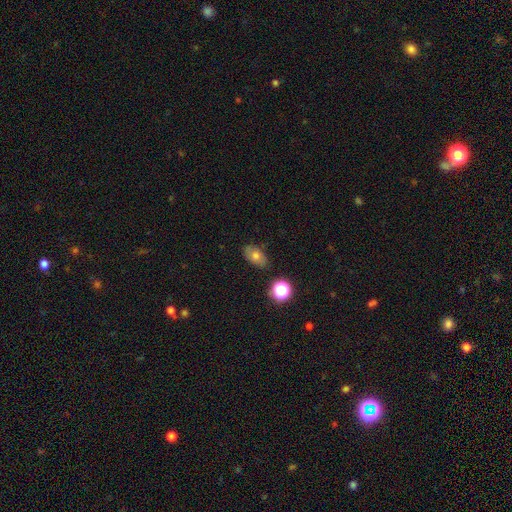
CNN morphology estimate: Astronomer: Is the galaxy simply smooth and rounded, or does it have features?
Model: smooth — 69%.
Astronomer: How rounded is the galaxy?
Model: in between — 84%.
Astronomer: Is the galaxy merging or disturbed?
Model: none — 79%.